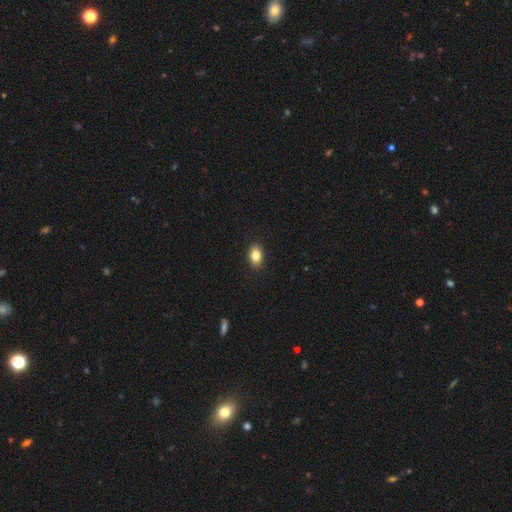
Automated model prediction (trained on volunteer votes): Overall: smooth (83%). How rounded: in between (80%). Merging: none (90%).